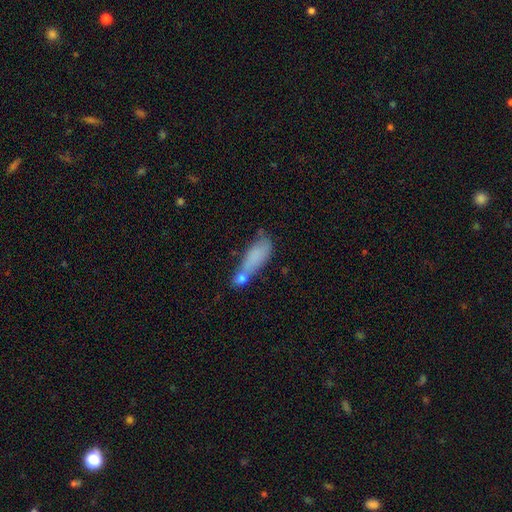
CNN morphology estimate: Smooth or featured: smooth — 75% (featured or disk — 16%)
How rounded: in between — 60% (cigar-shaped — 36%)
Merging: merger — 33% (tied with none — 33%)